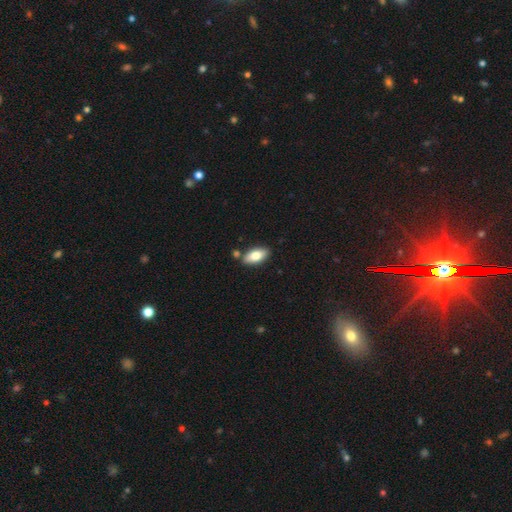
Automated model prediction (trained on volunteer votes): This appears to be a smooth galaxy with no disk features (79%) that is in between round and cigar-shaped (91%). Merging: none (80%).